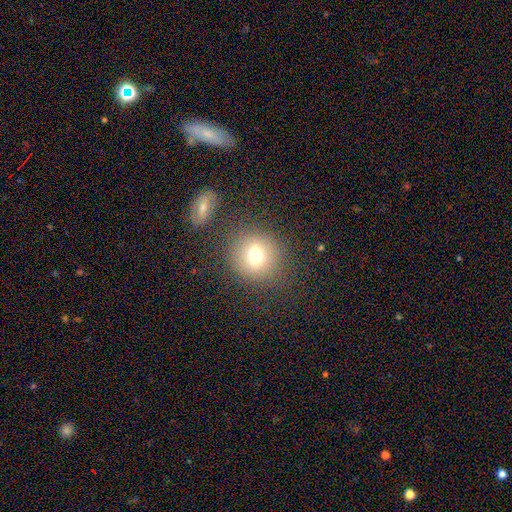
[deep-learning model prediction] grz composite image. It shows a smooth galaxy with no disk features (72%) that is round (78%). Merging: none (79%).